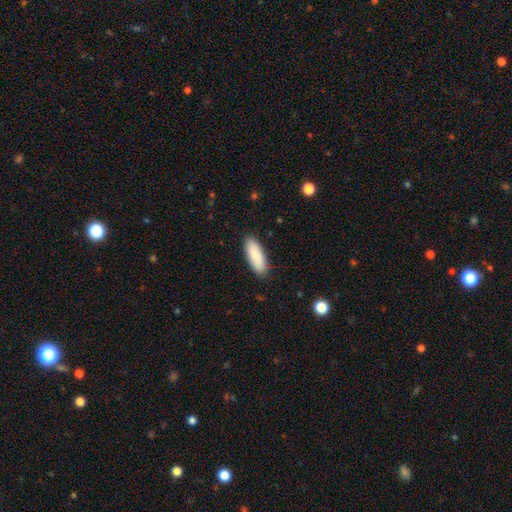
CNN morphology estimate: Smooth or featured?
  - smooth: 87% *
  - featured or disk: 8%
  - star or artifact: 5%
How rounded?
  - in between: 72% *
  - cigar-shaped: 27%
  - round: 2%
Merging?
  - none: 88% *
  - minor disturbance: 9%
  - major disturbance: 2%
  - merger: 1%